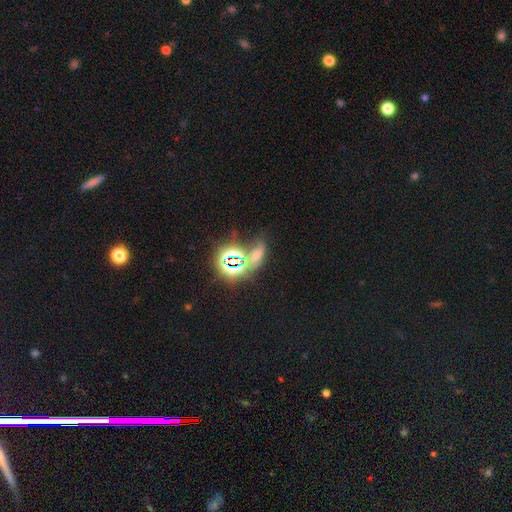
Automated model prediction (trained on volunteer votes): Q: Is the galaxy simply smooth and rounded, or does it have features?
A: star or artifact — 51%.